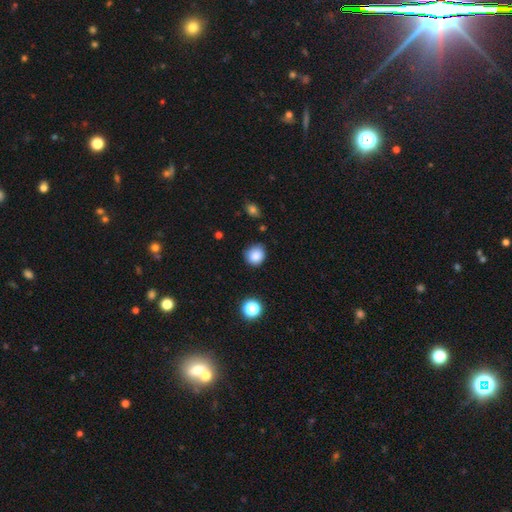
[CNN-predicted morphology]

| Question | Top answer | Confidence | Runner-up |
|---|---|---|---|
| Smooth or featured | smooth | 85% | star or artifact (10%) |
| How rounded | round | 76% | in between (23%) |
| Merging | none | 76% | minor disturbance (19%) |